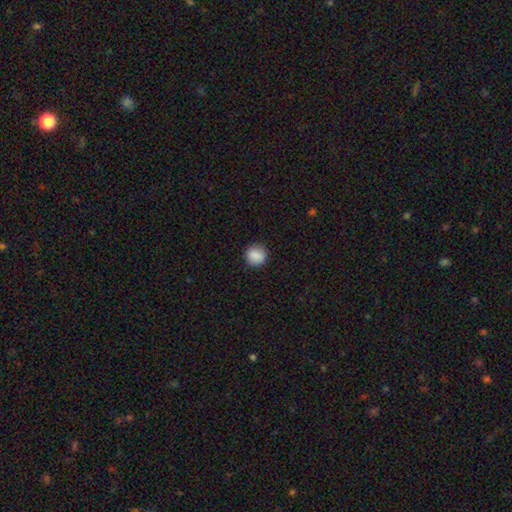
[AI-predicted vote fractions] The model was most divided on "smooth or featured": smooth: 88%, star or artifact: 8%, featured or disk: 3%. More confident: how rounded — round (91%); merging — none (89%).